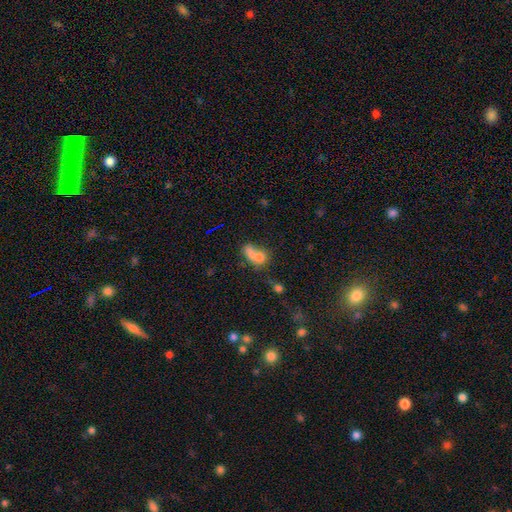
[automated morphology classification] Smooth or featured? Predicted: smooth (p=0.72). How rounded? Predicted: in between (p=0.68). Merging? Predicted: merger (p=0.52).